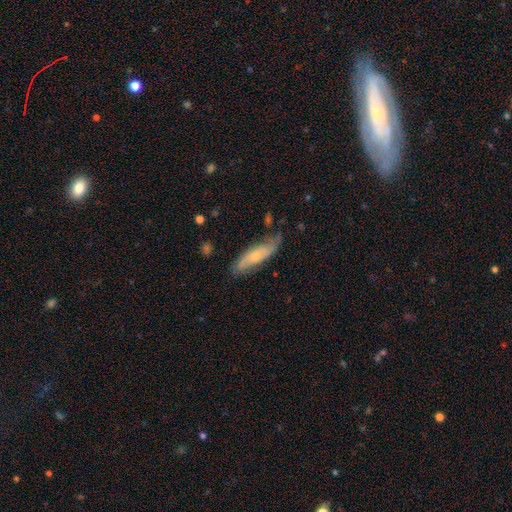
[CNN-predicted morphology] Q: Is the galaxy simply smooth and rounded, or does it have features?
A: smooth — 47%.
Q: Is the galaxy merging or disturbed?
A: none — 69%.